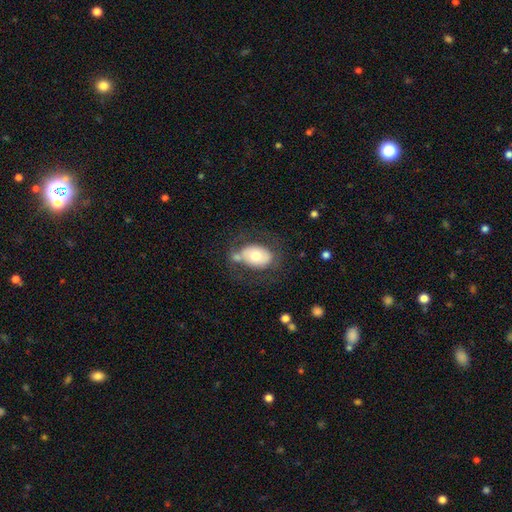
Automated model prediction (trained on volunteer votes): This is possibly a smooth galaxy (60%). How rounded: clearly in between (80%). Merging: possibly none (57%).